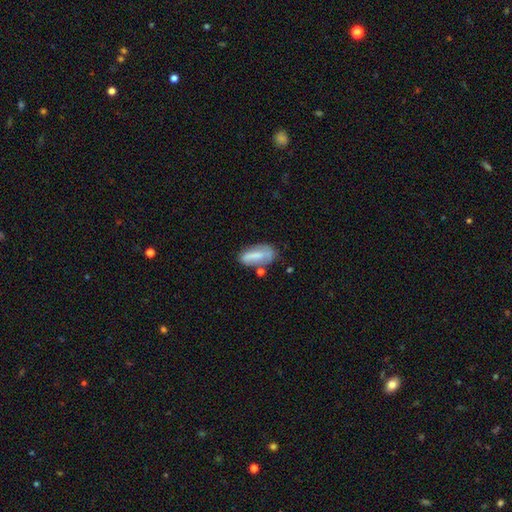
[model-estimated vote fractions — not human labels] smooth 64%, featured or disk 28%, star or artifact 8%. Down the decision tree: how rounded — in between (79%); merging — none (53%).